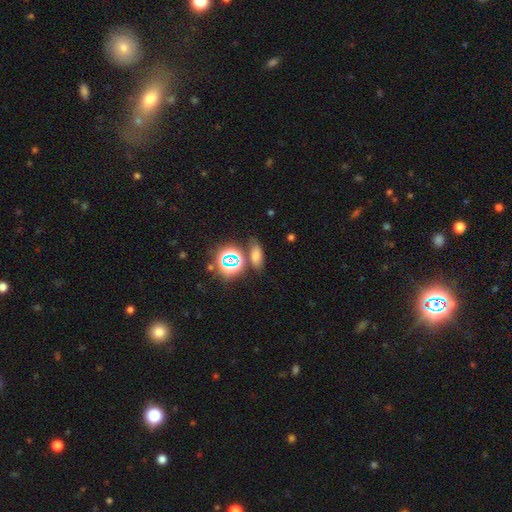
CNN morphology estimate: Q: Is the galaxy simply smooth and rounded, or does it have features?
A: smooth — 59%.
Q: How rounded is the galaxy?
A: in between — 73%.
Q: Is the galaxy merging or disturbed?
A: none — 67%.